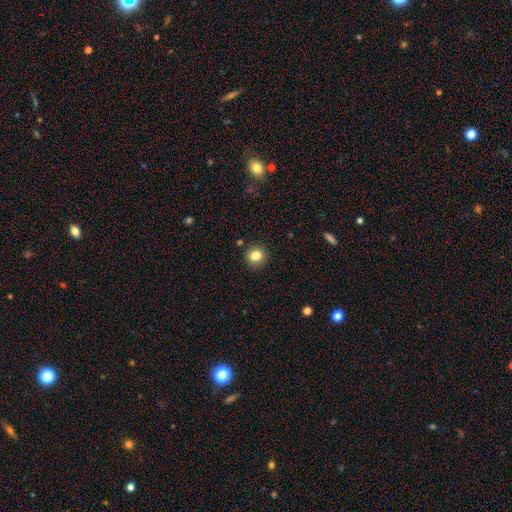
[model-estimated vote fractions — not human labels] smooth 83%, star or artifact 11%, featured or disk 6%. Down the decision tree: how rounded — round (86%); merging — none (89%).